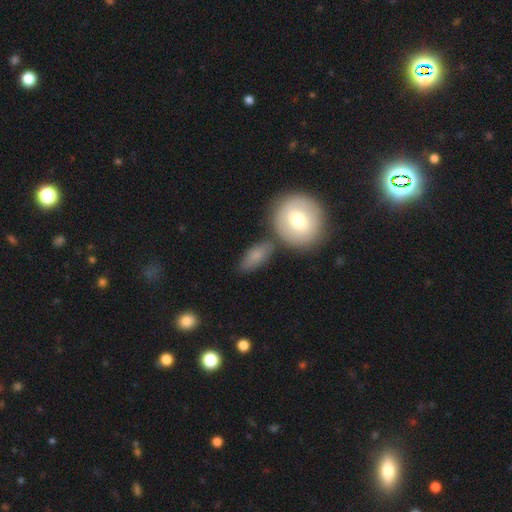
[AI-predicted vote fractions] Smooth or featured?
  - smooth: 77% *
  - featured or disk: 16%
  - star or artifact: 7%
How rounded?
  - in between: 77% *
  - round: 12%
  - cigar-shaped: 11%
Merging?
  - none: 63% *
  - minor disturbance: 17%
  - merger: 14%
  - major disturbance: 6%